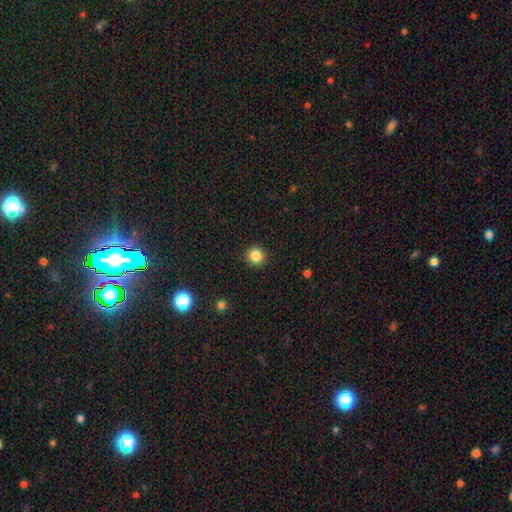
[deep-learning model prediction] Smooth or featured? Predicted: smooth (p=0.85). How rounded? Predicted: round (p=0.91). Merging? Predicted: none (p=0.92).